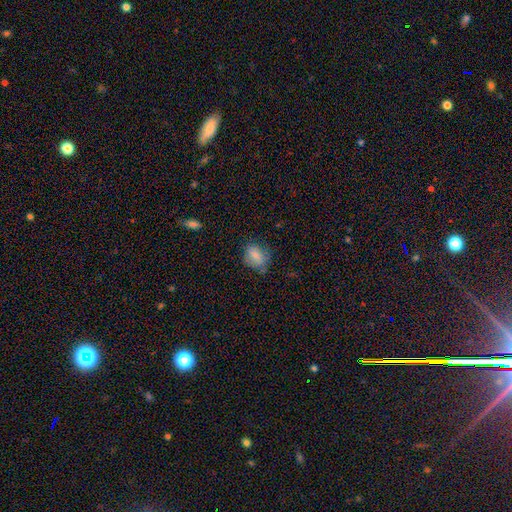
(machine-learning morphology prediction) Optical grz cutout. It shows a smooth galaxy with no disk features (79%) that is in between round and cigar-shaped (64%). Merging: none (62%).